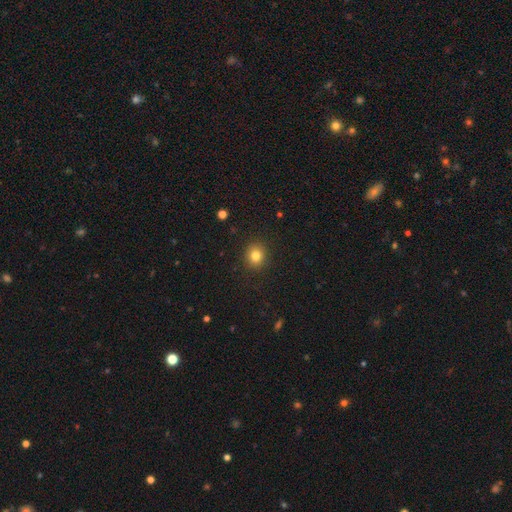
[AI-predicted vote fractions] Smooth or featured?
  - smooth: 81% *
  - star or artifact: 12%
  - featured or disk: 7%
How rounded?
  - round: 79% *
  - in between: 20%
  - cigar-shaped: 1%
Merging?
  - none: 90% *
  - minor disturbance: 7%
  - major disturbance: 2%
  - merger: 1%